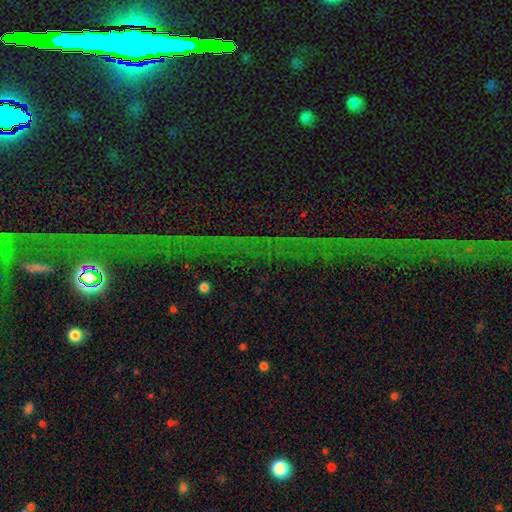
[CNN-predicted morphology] A star or artifact, not a galaxy (78%).

Vote fractions:
- Smooth or featured? star or artifact: 78% / featured or disk: 13% / smooth: 8%